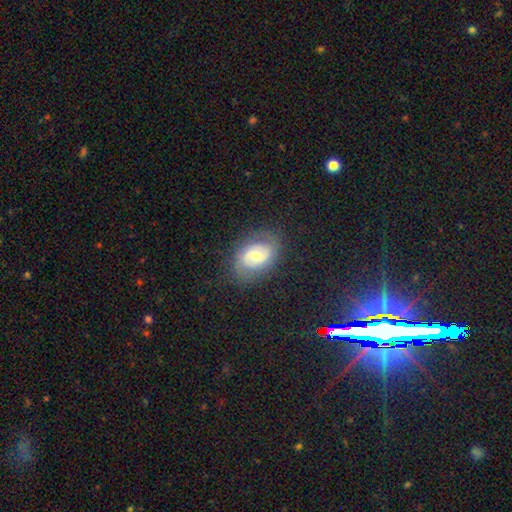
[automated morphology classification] smooth-or-featured: featured or disk: 61% | smooth: 30% | star or artifact: 9%
  disk-edge-on: no: 96% | yes: 4%
    bar: no: 52% | weak: 38% | strong: 10%
    has-spiral-arms: yes: 80% | no: 20%
    bulge-size: moderate: 57% | small: 35% | large: 6% | none: 1% | dominant: 1%
  merging: none: 74% | minor disturbance: 16% | major disturbance: 8% | merger: 1%